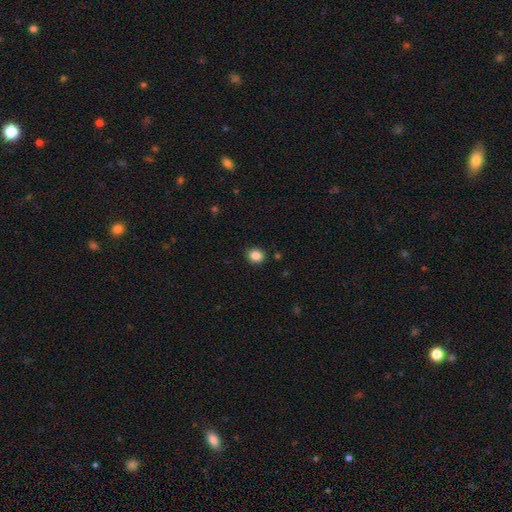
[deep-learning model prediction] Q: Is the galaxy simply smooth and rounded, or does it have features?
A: smooth — 86%.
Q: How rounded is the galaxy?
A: round — 72%.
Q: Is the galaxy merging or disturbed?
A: none — 89%.